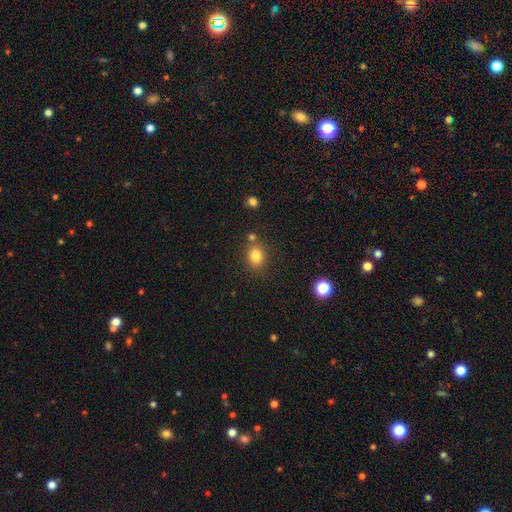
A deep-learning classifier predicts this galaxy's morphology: A smooth galaxy with no disk features (81%) that is round (52%). Merging: none (74%).